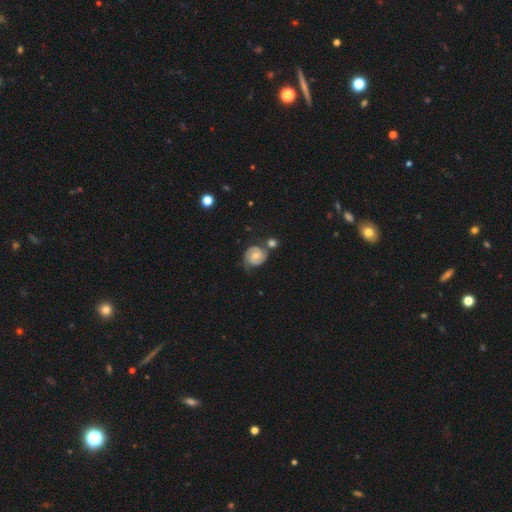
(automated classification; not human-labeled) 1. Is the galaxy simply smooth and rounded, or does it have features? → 81% featured or disk, 13% smooth, 6% star or artifact.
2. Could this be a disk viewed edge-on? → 98% no, 2% yes.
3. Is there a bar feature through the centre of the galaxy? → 47% weak, 42% no, 12% strong.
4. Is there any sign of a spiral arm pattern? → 97% yes, 3% no.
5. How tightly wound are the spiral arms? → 55% tight, 38% medium, 7% loose.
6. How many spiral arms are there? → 88% 2, 5% can't tell, 3% 3, 2% 1, 1% 4, 1% more than 4.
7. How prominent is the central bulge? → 47% small, 42% moderate, 8% none, 3% large, 1% dominant.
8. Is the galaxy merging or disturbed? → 65% none, 16% minor disturbance, 14% merger, 5% major disturbance.